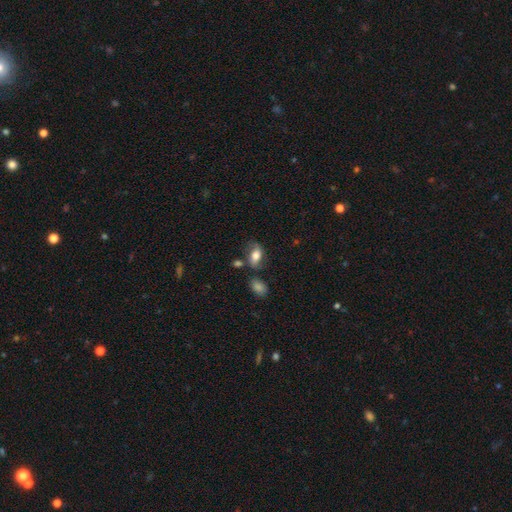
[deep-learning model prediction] Smooth or featured: smooth — 62% (featured or disk — 30%)
How rounded: in between — 87% (round — 8%)
Merging: none — 59% (minor disturbance — 22%)